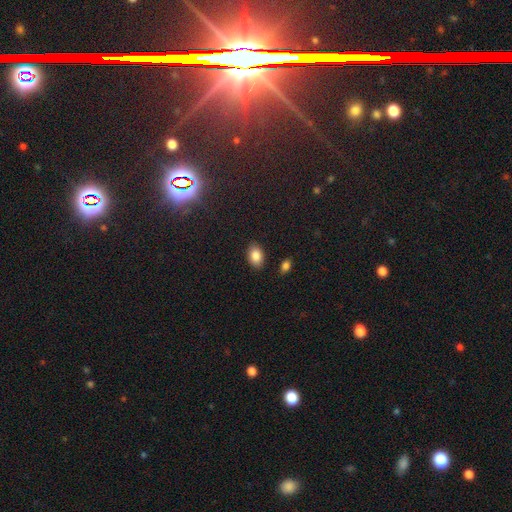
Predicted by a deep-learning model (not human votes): smooth 85%, star or artifact 9%, featured or disk 6%. Down the decision tree: how rounded — in between (85%); merging — none (85%).